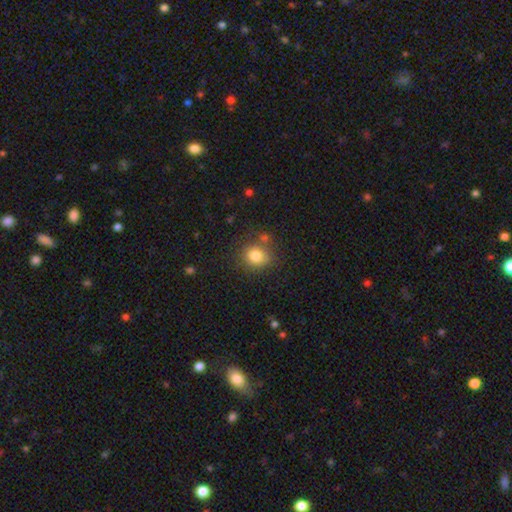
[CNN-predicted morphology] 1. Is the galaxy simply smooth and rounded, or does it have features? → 81% smooth, 11% star or artifact, 8% featured or disk.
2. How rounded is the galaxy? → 80% round, 19% in between, 1% cigar-shaped.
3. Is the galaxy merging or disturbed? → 73% none, 14% minor disturbance, 8% merger, 5% major disturbance.